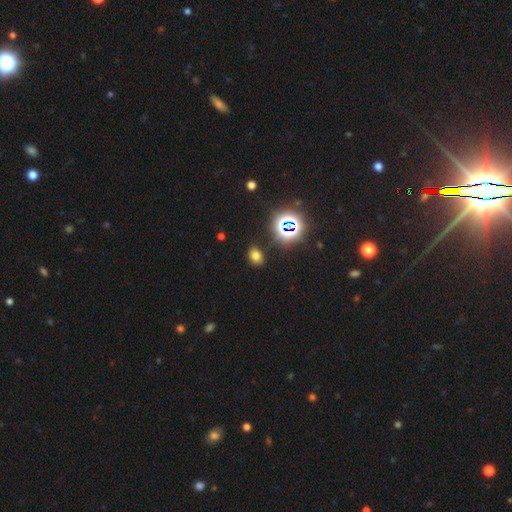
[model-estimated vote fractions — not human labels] A smooth galaxy with no disk features (67%) that is in between round and cigar-shaped (66%).

Vote fractions:
- Smooth or featured? smooth: 67% / star or artifact: 26% / featured or disk: 7%
- How rounded? in between: 66% / round: 32% / cigar-shaped: 1%
- Merging? none: 84% / minor disturbance: 11% / major disturbance: 3% / merger: 2%